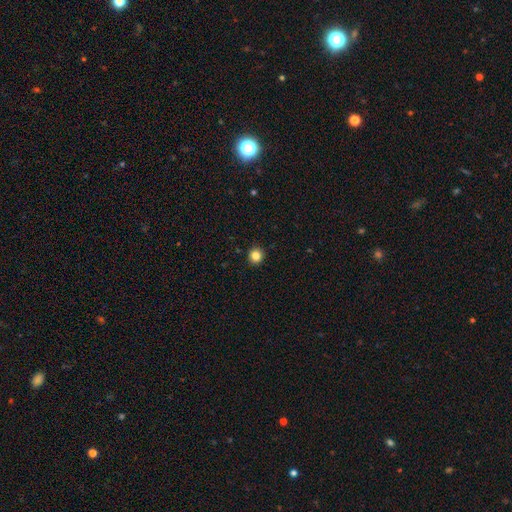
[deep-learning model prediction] This appears to be a smooth galaxy with no disk features (84%) that is round (91%). Merging: none (93%).